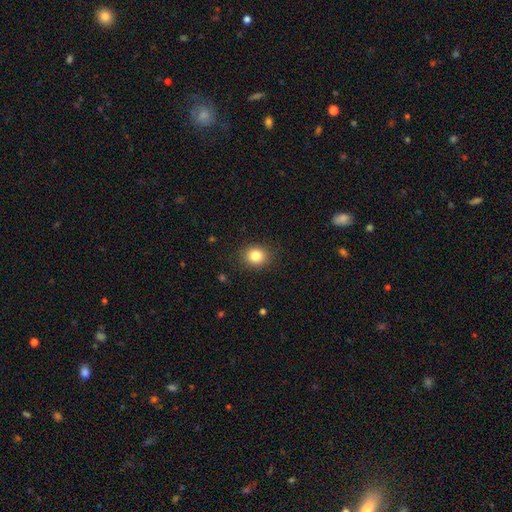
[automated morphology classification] Smooth or featured: smooth — 83% (star or artifact — 11%)
How rounded: round — 70% (in between — 30%)
Merging: none — 88% (minor disturbance — 8%)